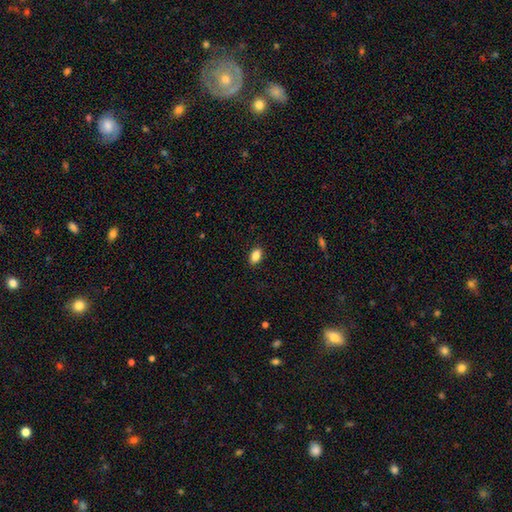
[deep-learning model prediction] Overall: smooth (86%). How rounded: in between (89%). Merging: none (89%).